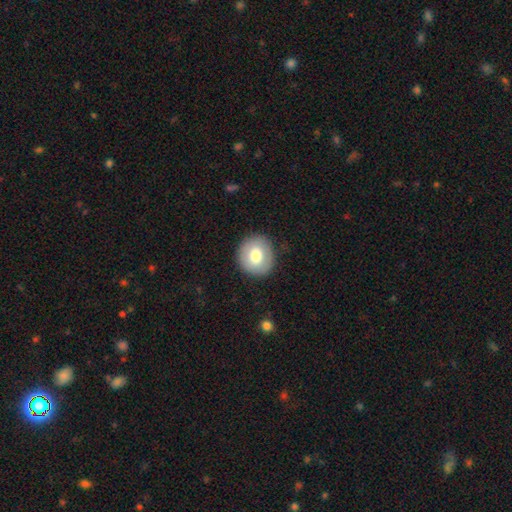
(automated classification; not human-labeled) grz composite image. It shows a smooth galaxy with no disk features (72%) that is round (81%). Merging: none (88%).